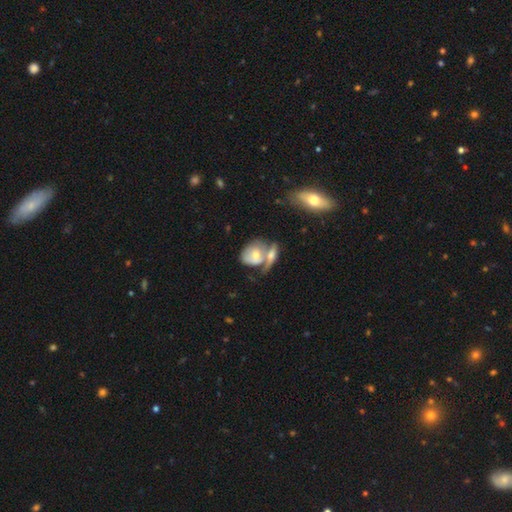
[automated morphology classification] This appears to be a smooth galaxy with no disk features (49%). Merging: merger (56%).